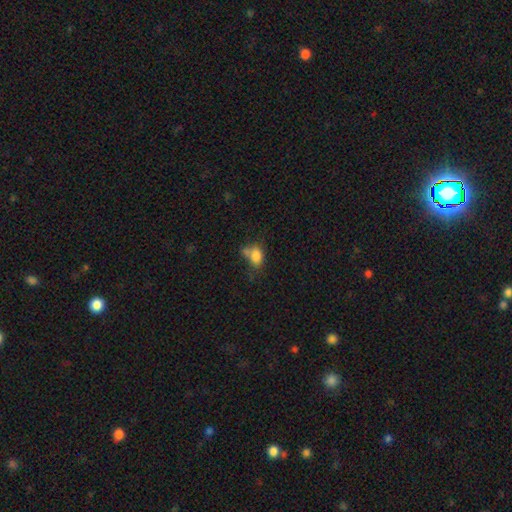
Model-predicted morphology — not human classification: Smooth or featured? smooth (78%)
How rounded? in between (72%)
Merging? none (36%)